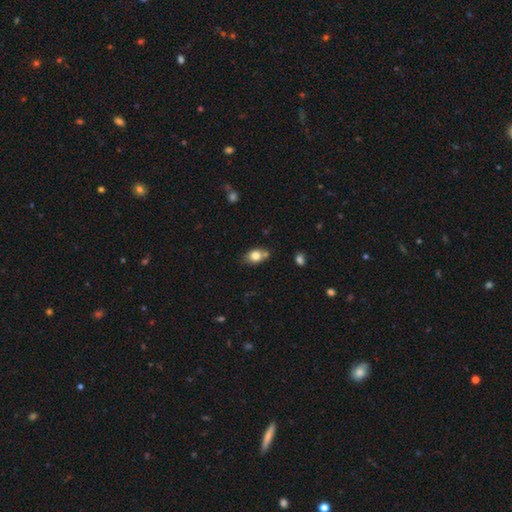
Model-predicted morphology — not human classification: This is likely a smooth galaxy (79%). How rounded: likely in between (71%). Merging: likely none (60%).